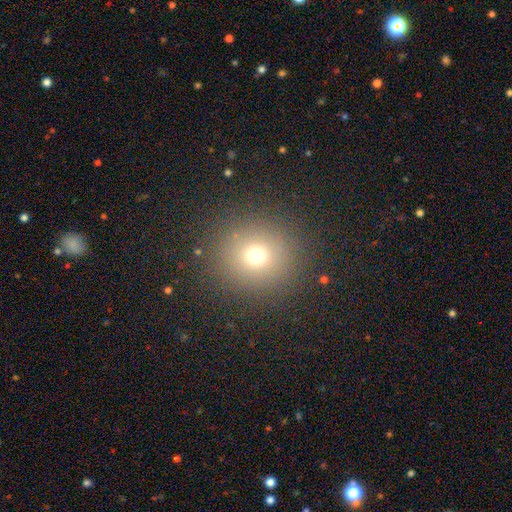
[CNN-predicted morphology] Smooth or featured?
  - smooth: 70% *
  - star or artifact: 20%
  - featured or disk: 10%
How rounded?
  - round: 90% *
  - in between: 9%
  - cigar-shaped: 1%
Merging?
  - none: 88% *
  - minor disturbance: 7%
  - major disturbance: 4%
  - merger: 1%